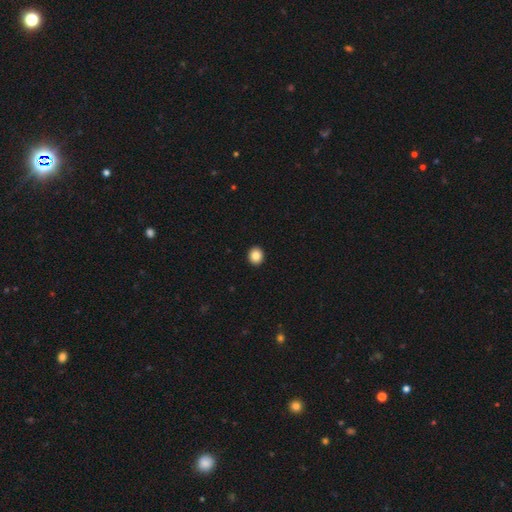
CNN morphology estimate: smooth-or-featured: smooth: 85% | star or artifact: 9% | featured or disk: 5%
  how-rounded: round: 78% | in between: 21% | cigar-shaped: 1%
  merging: none: 93% | minor disturbance: 4% | major disturbance: 1% | merger: 1%